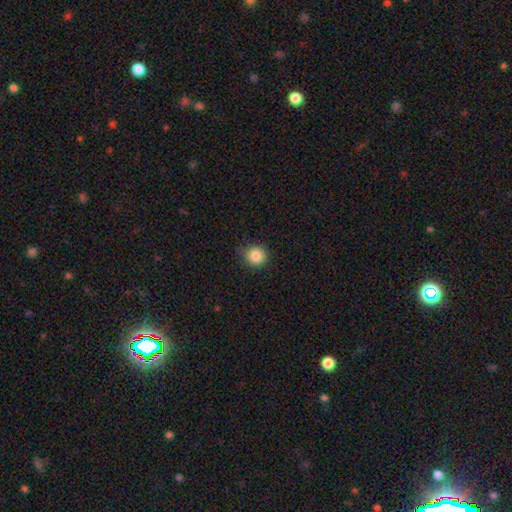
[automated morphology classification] smooth 85%, star or artifact 11%, featured or disk 4%. Down the decision tree: how rounded — round (89%); merging — none (76%).